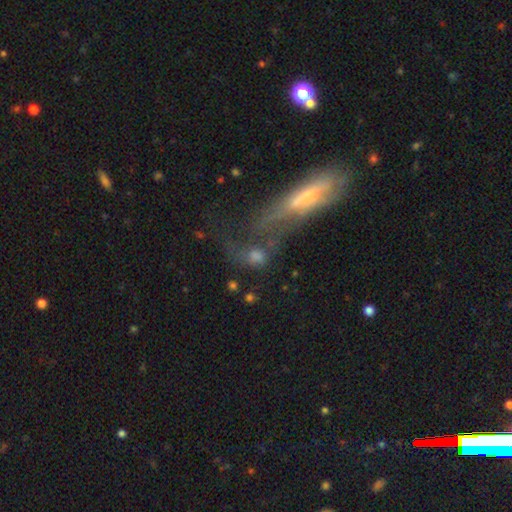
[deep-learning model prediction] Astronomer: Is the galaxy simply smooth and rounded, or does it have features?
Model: smooth — 45% (runner-up: featured or disk, 39%).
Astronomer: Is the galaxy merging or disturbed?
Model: none — 44% (runner-up: merger, 21%).